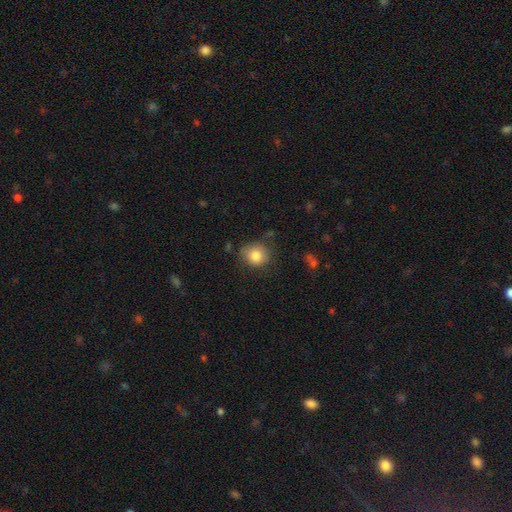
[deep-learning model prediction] smooth 83%, star or artifact 9%, featured or disk 8%. Down the decision tree: how rounded — round (77%); merging — none (74%).